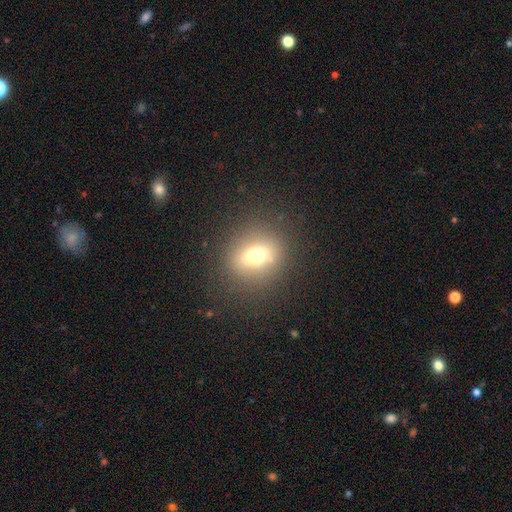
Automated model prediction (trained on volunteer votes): A smooth galaxy with no disk features (65%) that is round (66%). Merging: none (82%).